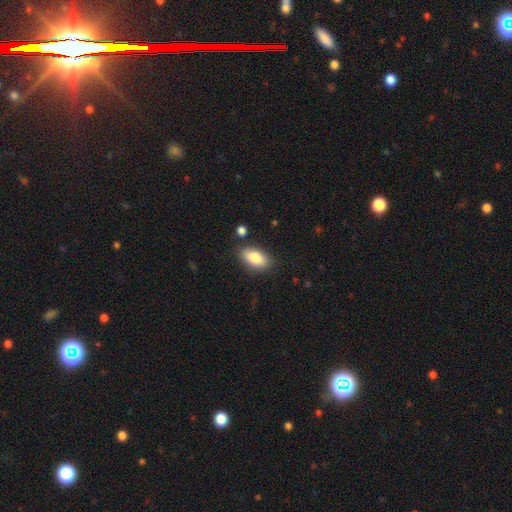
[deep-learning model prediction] Smooth or featured: smooth — 84% (featured or disk — 9%)
How rounded: in between — 90% (cigar-shaped — 6%)
Merging: none — 82% (minor disturbance — 12%)